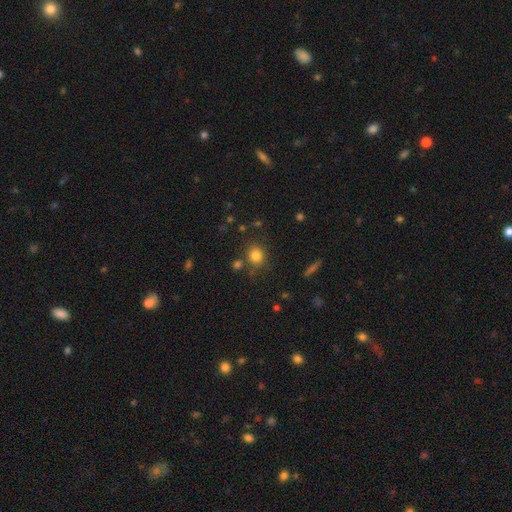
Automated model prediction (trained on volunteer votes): Smooth or featured? Predicted: smooth (p=0.81). How rounded? Predicted: round (p=0.80). Merging? Predicted: none (p=0.77).